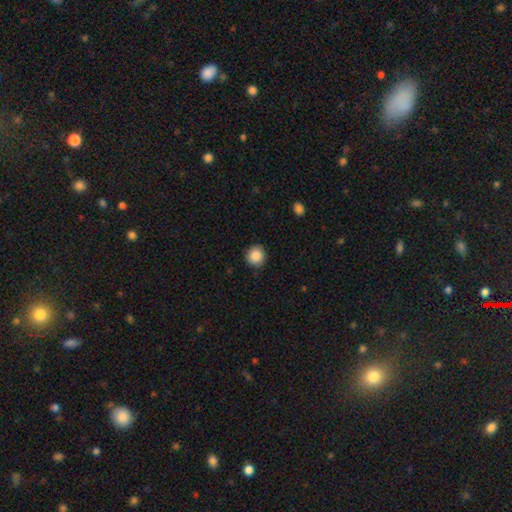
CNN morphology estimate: smooth 88%, star or artifact 9%, featured or disk 3%. Down the decision tree: how rounded — round (93%); merging — none (90%).